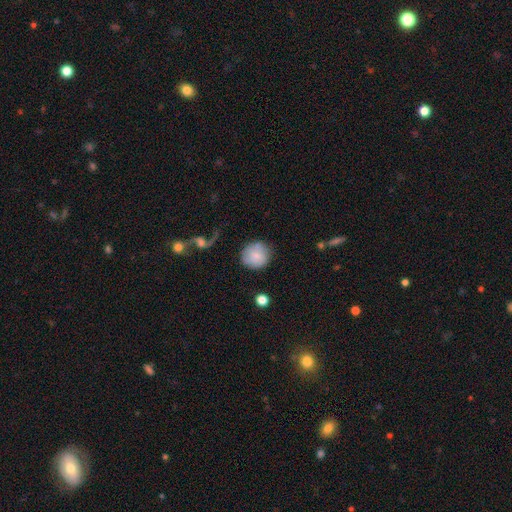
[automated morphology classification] smooth-or-featured: smooth: 76% | featured or disk: 17% | star or artifact: 8%
  how-rounded: round: 90% | in between: 9% | cigar-shaped: 1%
  merging: none: 77% | minor disturbance: 15% | major disturbance: 5% | merger: 3%